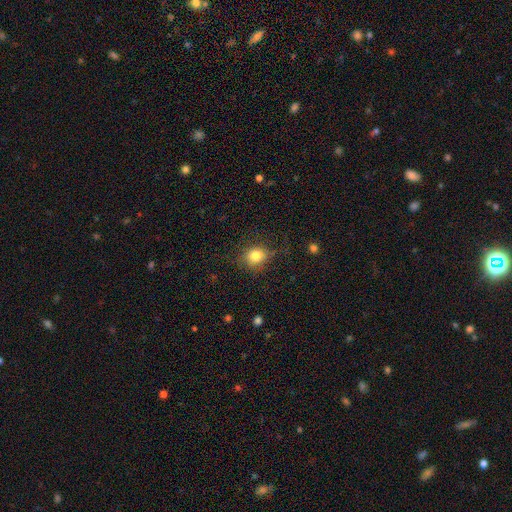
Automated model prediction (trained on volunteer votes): Smooth or featured?
  - smooth: 81% *
  - star or artifact: 11%
  - featured or disk: 8%
How rounded?
  - round: 75% *
  - in between: 24%
  - cigar-shaped: 1%
Merging?
  - none: 75% *
  - minor disturbance: 17%
  - major disturbance: 6%
  - merger: 1%